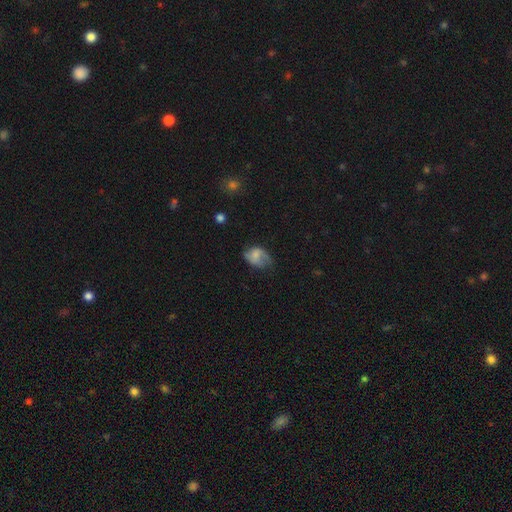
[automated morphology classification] smooth-or-featured: smooth: 59% | featured or disk: 32% | star or artifact: 9%
  how-rounded: in between: 75% | round: 23% | cigar-shaped: 1%
  merging: none: 44% | minor disturbance: 35% | major disturbance: 19% | merger: 2%